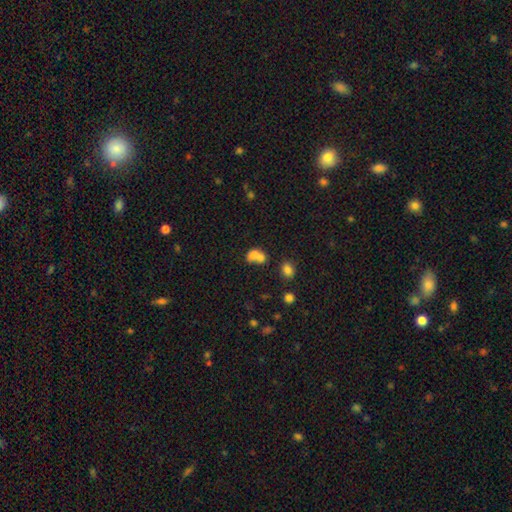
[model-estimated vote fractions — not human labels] Q: Smooth or featured?
A: smooth (73%); runner-up: featured or disk (15%)
Q: How rounded?
A: in between (60%); runner-up: round (39%)
Q: Merging?
A: merger (66%); runner-up: none (20%)